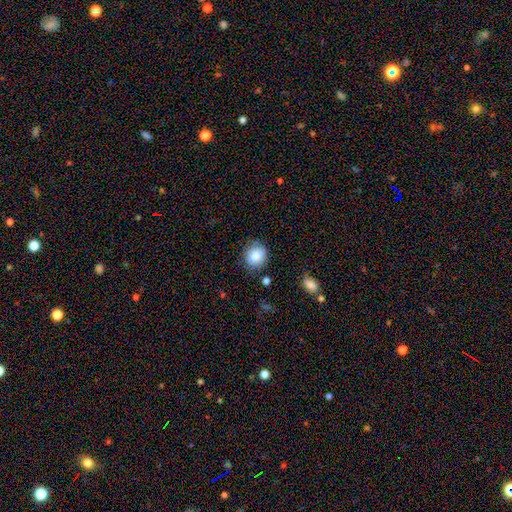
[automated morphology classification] Smooth or featured: smooth — 82% (star or artifact — 9%)
How rounded: round — 88% (in between — 11%)
Merging: none — 82% (minor disturbance — 12%)